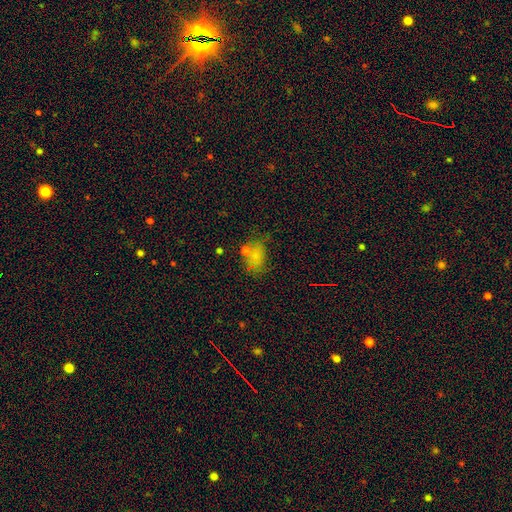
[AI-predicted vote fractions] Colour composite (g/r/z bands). It shows a smooth galaxy with no disk features (65%) that is in between round and cigar-shaped (71%). Merging: none (49%).